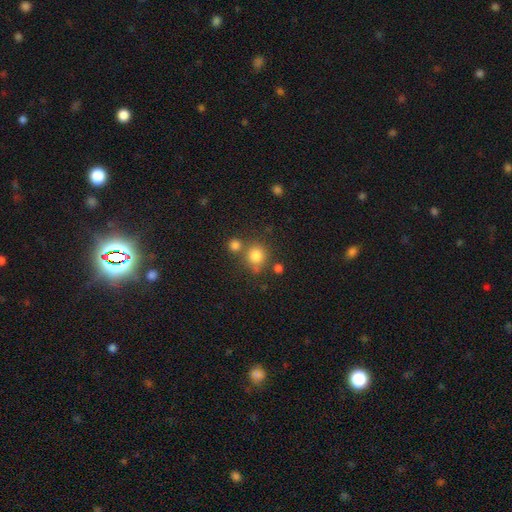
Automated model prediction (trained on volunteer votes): Smooth or featured: smooth — 81% (star or artifact — 12%)
How rounded: round — 85% (in between — 14%)
Merging: none — 64% (merger — 21%)